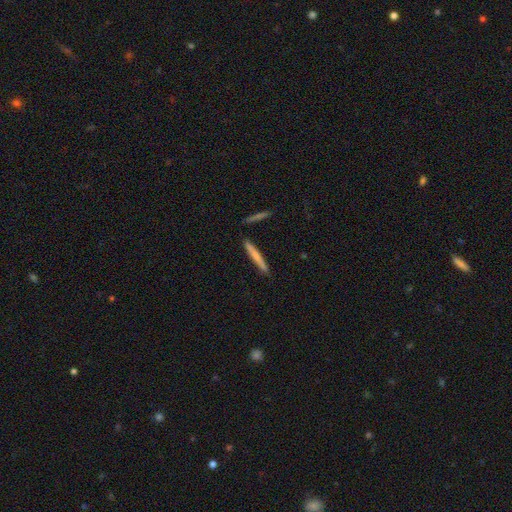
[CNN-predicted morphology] type=smooth (67%); roundness=cigar-shaped (96%); merging=none (88%).